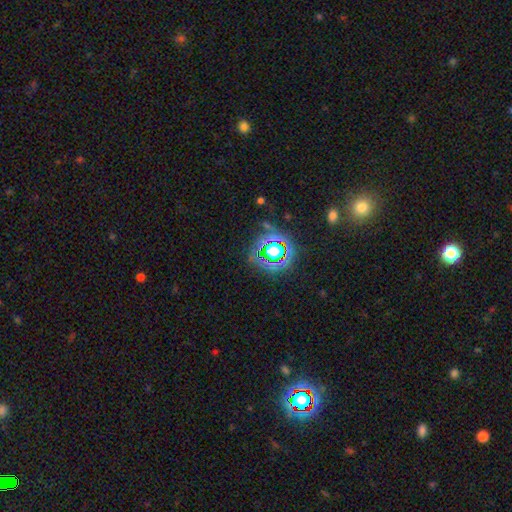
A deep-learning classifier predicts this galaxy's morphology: Smooth or featured?
  - star or artifact: 77% *
  - smooth: 14%
  - featured or disk: 9%